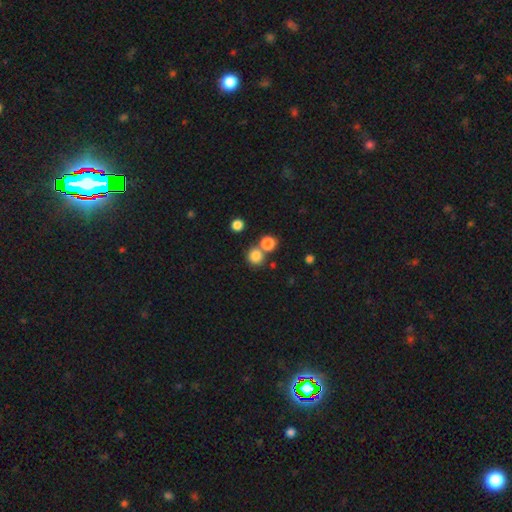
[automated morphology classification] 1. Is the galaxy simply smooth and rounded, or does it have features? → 82% smooth, 12% star or artifact, 6% featured or disk.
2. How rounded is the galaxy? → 89% round, 10% in between, 1% cigar-shaped.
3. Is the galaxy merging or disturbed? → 64% none, 26% merger, 7% minor disturbance, 3% major disturbance.